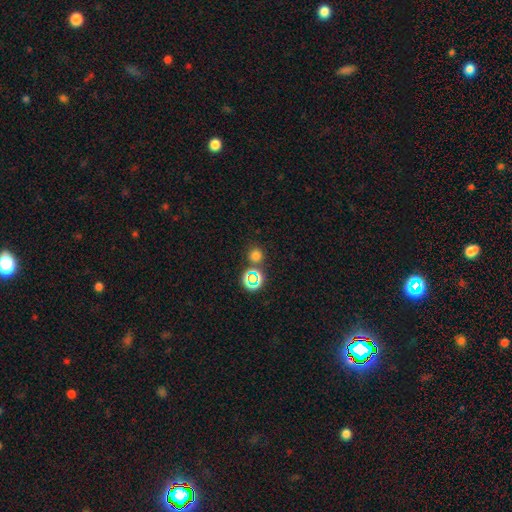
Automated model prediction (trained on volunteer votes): Overall: smooth (71%). How rounded: round (90%). Merging: none (76%).